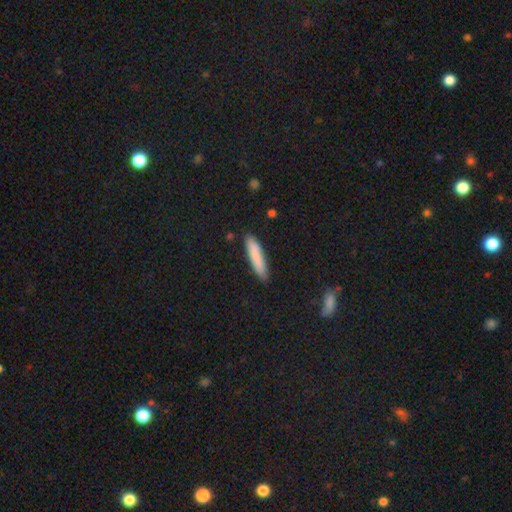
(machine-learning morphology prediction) Smooth or featured: smooth — 84% (featured or disk — 10%)
How rounded: cigar-shaped — 87% (in between — 12%)
Merging: none — 87% (minor disturbance — 10%)